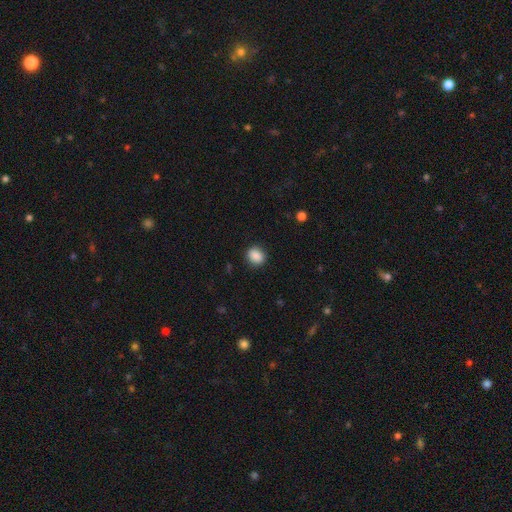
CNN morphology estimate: Smooth or featured? Predicted: smooth (p=0.88). How rounded? Predicted: round (p=0.64). Merging? Predicted: none (p=0.88).